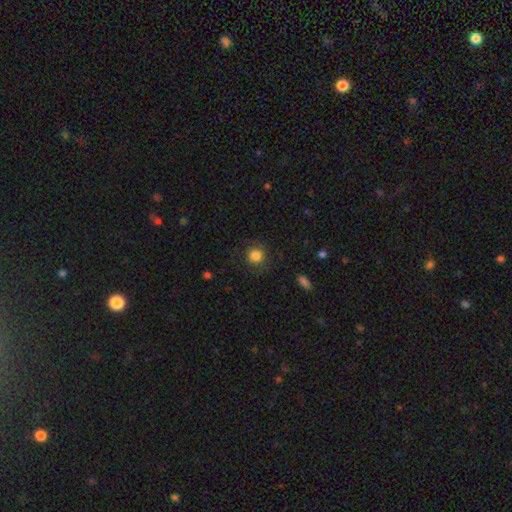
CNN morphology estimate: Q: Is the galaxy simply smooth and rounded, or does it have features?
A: smooth — 83%.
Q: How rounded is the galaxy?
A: round — 91%.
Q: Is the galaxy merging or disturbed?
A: none — 84%.